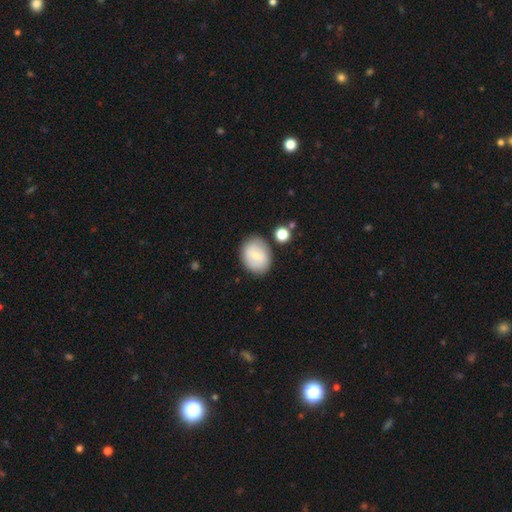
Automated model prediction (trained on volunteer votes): This appears to be a smooth galaxy with no disk features (67%) that is in between round and cigar-shaped (59%). Merging: none (79%).